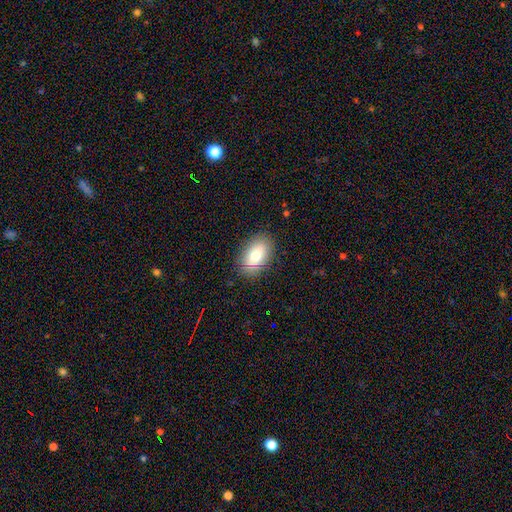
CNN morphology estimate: Q: Smooth or featured?
A: smooth (77%); runner-up: featured or disk (15%)
Q: How rounded?
A: in between (91%); runner-up: round (7%)
Q: Merging?
A: none (86%); runner-up: minor disturbance (11%)